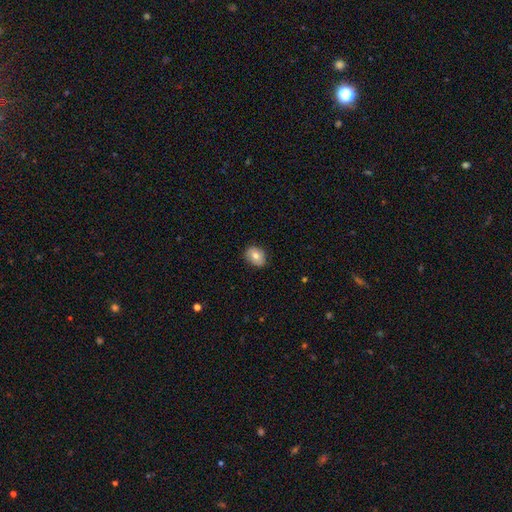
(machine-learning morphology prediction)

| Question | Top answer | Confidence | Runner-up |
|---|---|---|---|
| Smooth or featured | smooth | 75% | featured or disk (17%) |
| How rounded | in between | 61% | round (38%) |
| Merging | none | 83% | minor disturbance (13%) |